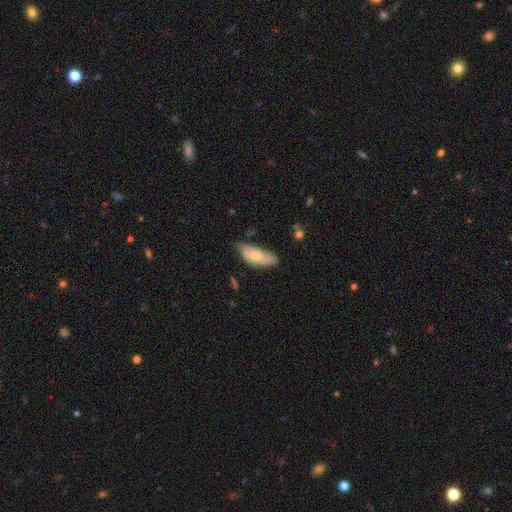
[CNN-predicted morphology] Smooth or featured? smooth (67%)
How rounded? in between (83%)
Merging? none (45%)